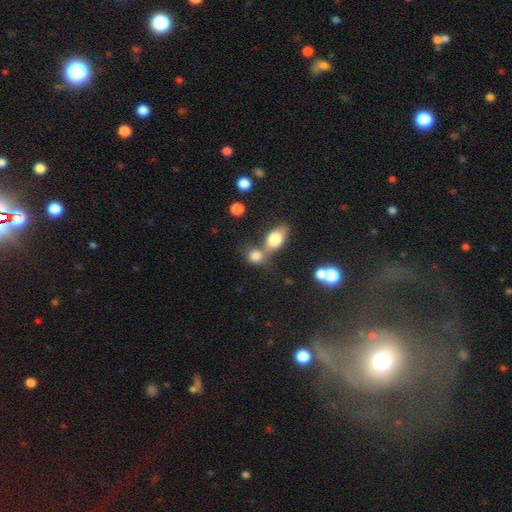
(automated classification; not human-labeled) Overall: smooth (79%). How rounded: round (51%; in between 46%). Merging: merger (51%; none 35%).